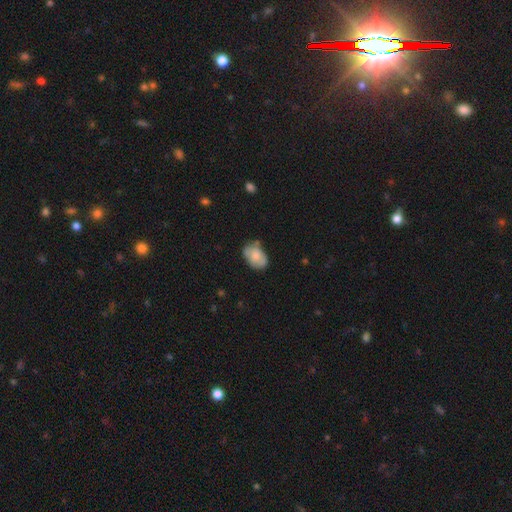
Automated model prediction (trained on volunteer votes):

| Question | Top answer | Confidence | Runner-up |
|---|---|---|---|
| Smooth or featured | smooth | 68% | featured or disk (24%) |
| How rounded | in between | 79% | round (20%) |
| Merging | none | 54% | minor disturbance (33%) |